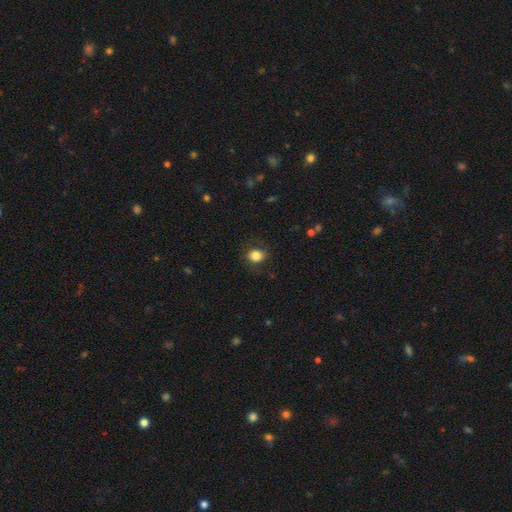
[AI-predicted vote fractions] Smooth or featured? Predicted: smooth (p=0.83). How rounded? Predicted: round (p=0.67). Merging? Predicted: none (p=0.81).